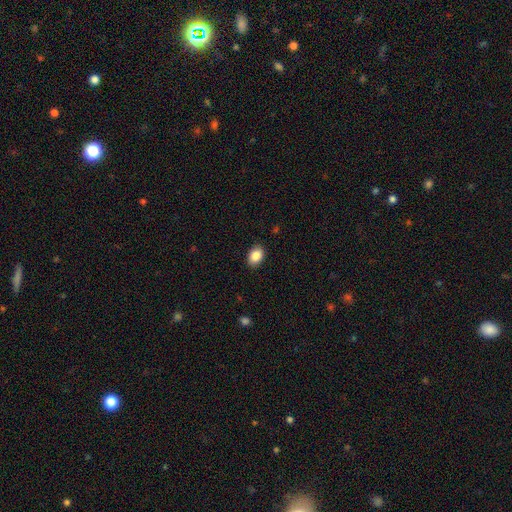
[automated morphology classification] smooth_or_featured: smooth (p=0.87) [alt: star or artifact p=0.08]
how_rounded: in between (p=0.80) [alt: round p=0.19]
merging: none (p=0.88) [alt: minor disturbance p=0.09]